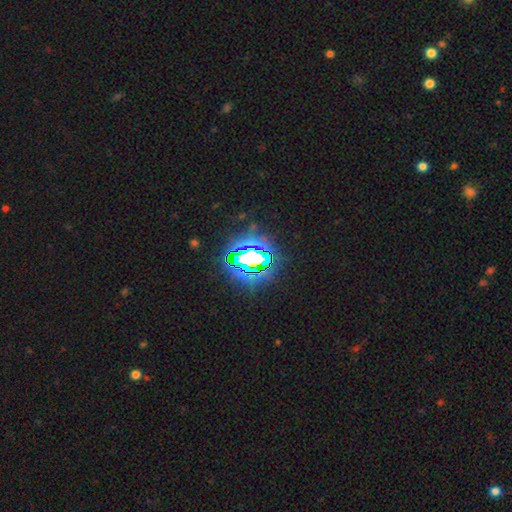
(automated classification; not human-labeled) Morphology: type=star or artifact (74%).